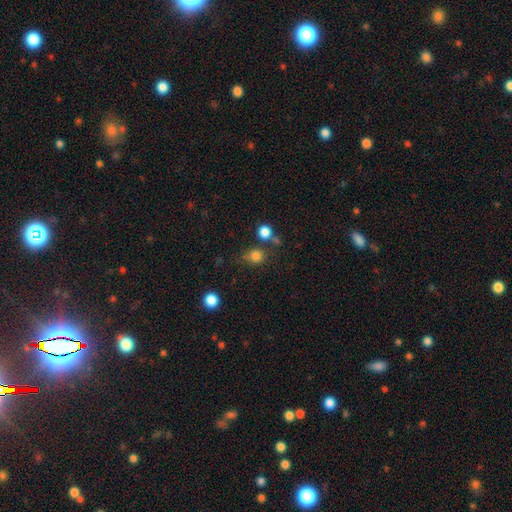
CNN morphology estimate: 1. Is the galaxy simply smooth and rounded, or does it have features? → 80% smooth, 14% star or artifact, 6% featured or disk.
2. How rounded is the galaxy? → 83% round, 16% in between, 1% cigar-shaped.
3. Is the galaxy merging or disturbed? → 65% none, 16% minor disturbance, 13% merger, 6% major disturbance.